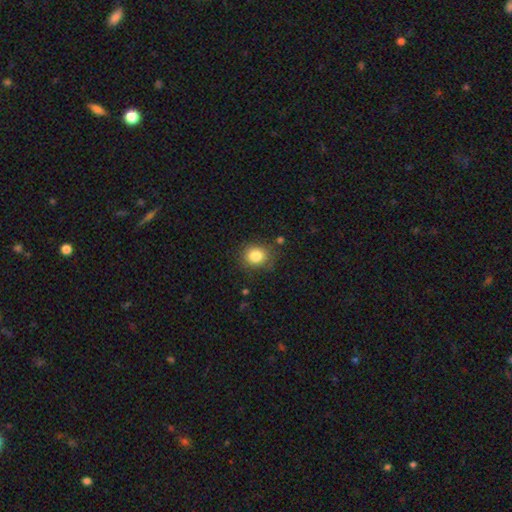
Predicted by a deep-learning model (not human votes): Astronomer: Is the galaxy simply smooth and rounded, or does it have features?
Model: smooth — 83%.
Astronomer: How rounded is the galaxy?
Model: round — 77%.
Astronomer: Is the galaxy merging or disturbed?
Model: none — 81%.